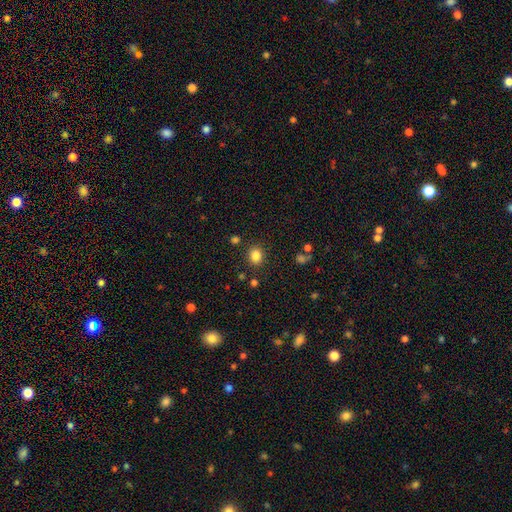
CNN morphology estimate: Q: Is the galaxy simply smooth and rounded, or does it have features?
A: smooth — 84%.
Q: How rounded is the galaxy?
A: round — 69%.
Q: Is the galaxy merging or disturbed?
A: none — 86%.